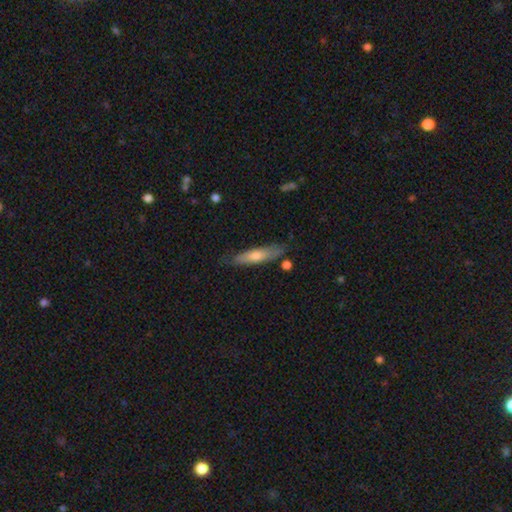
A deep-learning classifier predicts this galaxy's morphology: smooth-or-featured: smooth: 54% | featured or disk: 39% | star or artifact: 7%
  how-rounded: cigar-shaped: 83% | in between: 16% | round: 2%
  merging: none: 79% | minor disturbance: 15% | major disturbance: 3% | merger: 3%